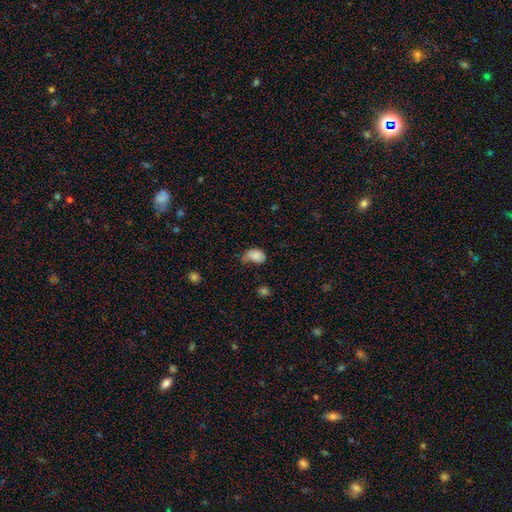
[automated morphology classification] smooth_or_featured: smooth (p=0.79) [alt: featured or disk p=0.12]
how_rounded: in between (p=0.79) [alt: round p=0.20]
merging: minor disturbance (p=0.41) [alt: none p=0.28]